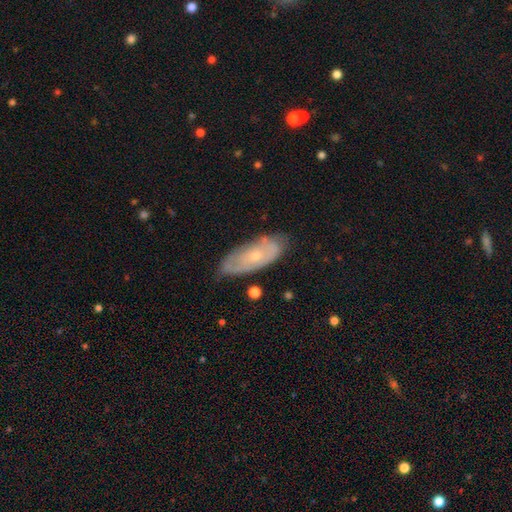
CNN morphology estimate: The model was most divided on "smooth or featured": featured or disk: 55%, smooth: 38%, star or artifact: 7%. More confident: edge-on disk — no (85%); merging — none (72%).